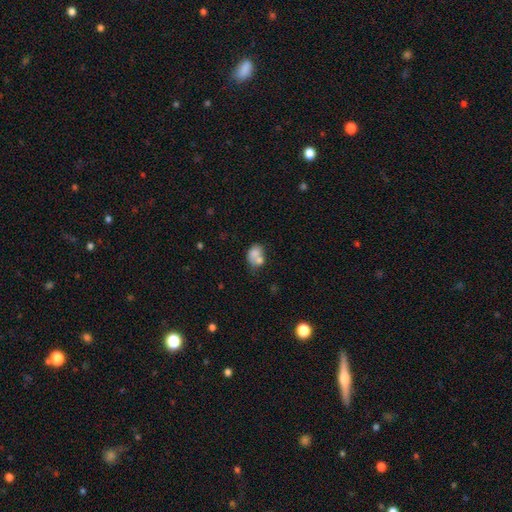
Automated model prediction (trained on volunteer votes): Morphology: type=smooth (72%); roundness=in between (63%); merging=merger (52%).